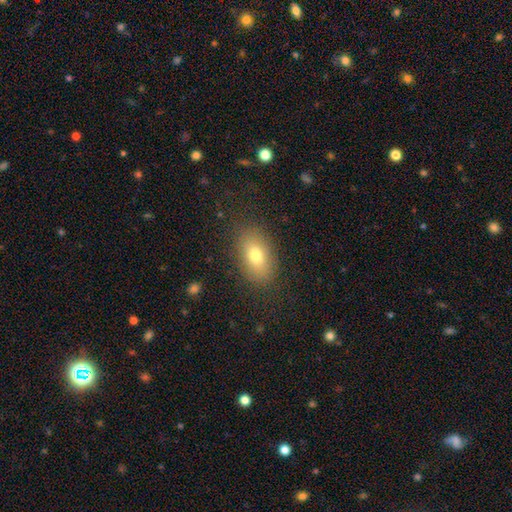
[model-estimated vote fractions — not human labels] Smooth or featured? Predicted: smooth (p=0.75). How rounded? Predicted: in between (p=0.87). Merging? Predicted: none (p=0.84).